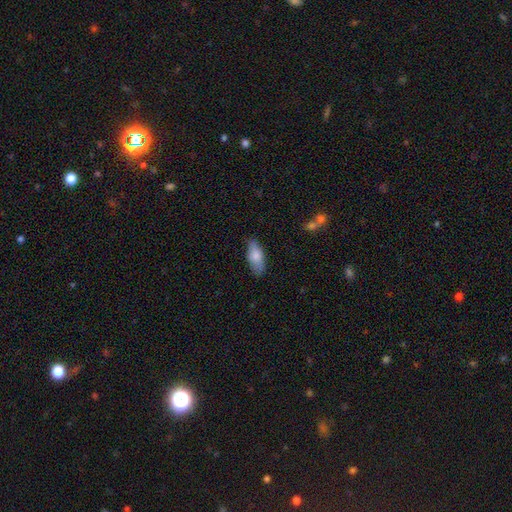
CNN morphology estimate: smooth_or_featured: smooth (p=0.80) [alt: featured or disk p=0.14]
how_rounded: in between (p=0.79) [alt: cigar-shaped p=0.18]
merging: none (p=0.79) [alt: minor disturbance p=0.17]